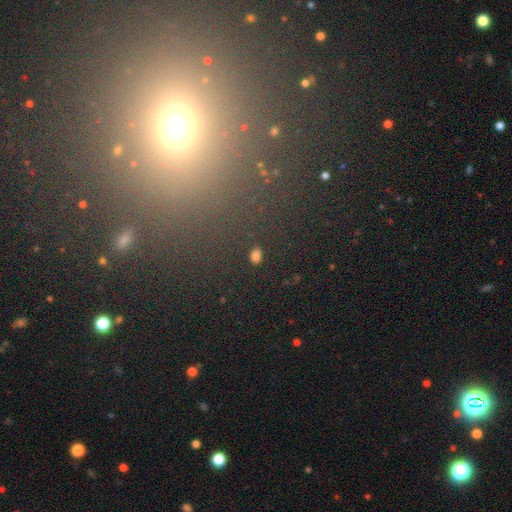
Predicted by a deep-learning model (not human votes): smooth 65%, star or artifact 27%, featured or disk 8%. Down the decision tree: how rounded — in between (77%); merging — none (86%).